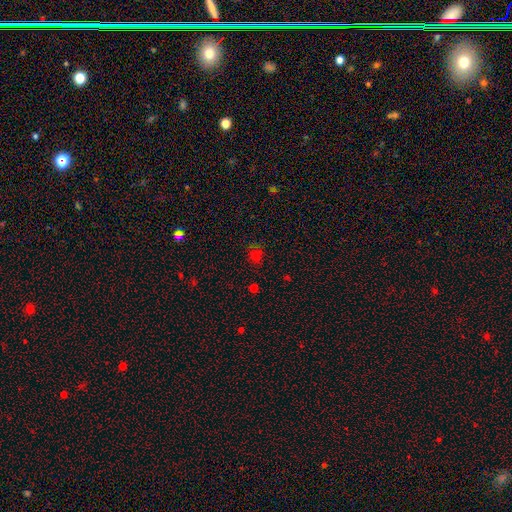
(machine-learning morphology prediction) Q: Smooth or featured?
A: smooth (63%); runner-up: star or artifact (30%)
Q: How rounded?
A: in between (50%); runner-up: round (48%)
Q: Merging?
A: none (70%); runner-up: minor disturbance (19%)